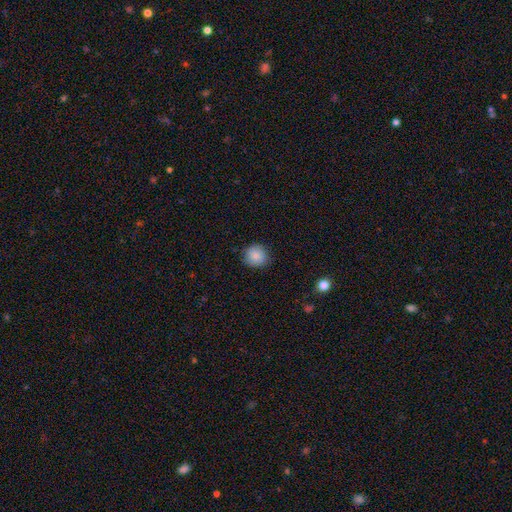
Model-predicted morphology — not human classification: smooth_or_featured: smooth (p=0.86) [alt: star or artifact p=0.08]
how_rounded: round (p=0.91) [alt: in between p=0.08]
merging: none (p=0.87) [alt: minor disturbance p=0.10]